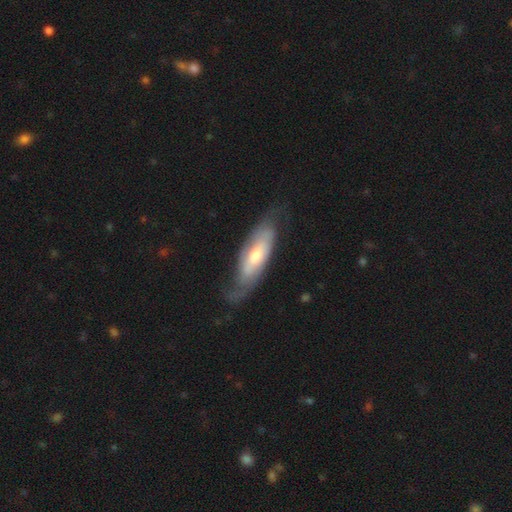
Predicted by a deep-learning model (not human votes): The model was most divided on "smooth or featured": featured or disk: 62%, smooth: 32%, star or artifact: 6%. More confident: edge-on disk — no (75%); merging — none (61%).